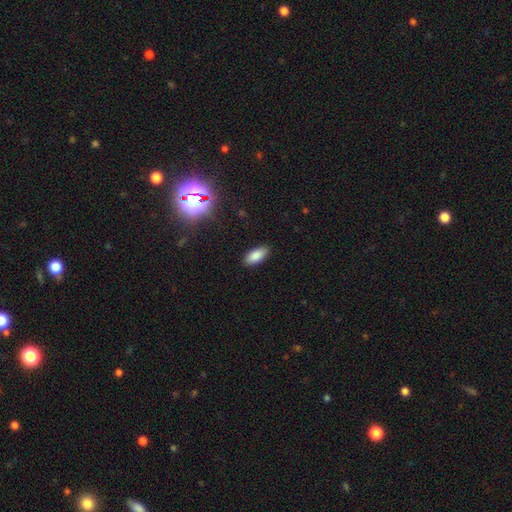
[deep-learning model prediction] The model was most divided on "smooth or featured": smooth: 84%, star or artifact: 9%, featured or disk: 6%. More confident: how rounded — in between (88%); merging — none (88%).